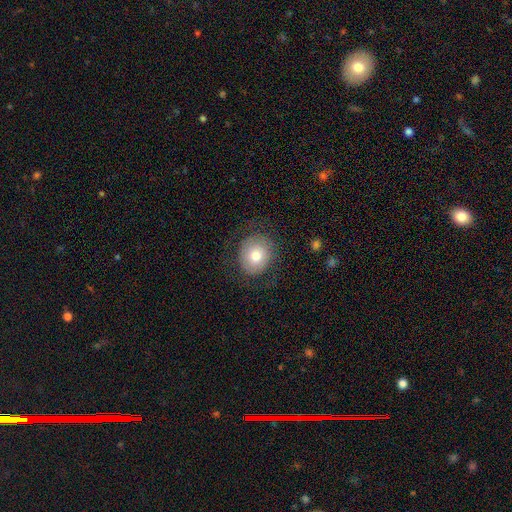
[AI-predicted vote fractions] smooth-or-featured: smooth: 72% | featured or disk: 20% | star or artifact: 8%
  how-rounded: round: 75% | in between: 24% | cigar-shaped: 1%
  merging: none: 77% | minor disturbance: 14% | major disturbance: 9% | merger: 1%